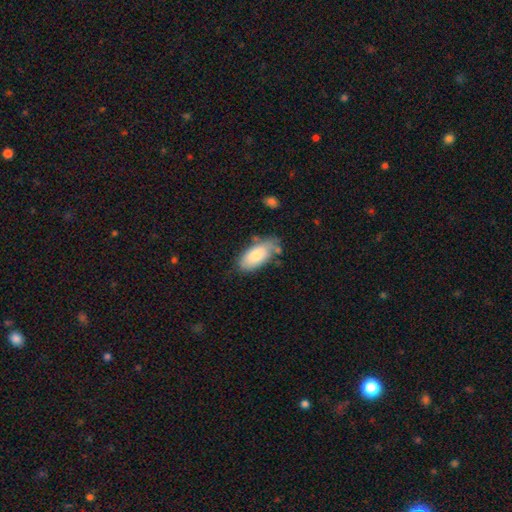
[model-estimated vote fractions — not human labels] smooth-or-featured: smooth: 78% | featured or disk: 15% | star or artifact: 6%
  how-rounded: in between: 92% | cigar-shaped: 6% | round: 2%
  merging: none: 61% | minor disturbance: 26% | major disturbance: 7% | merger: 6%